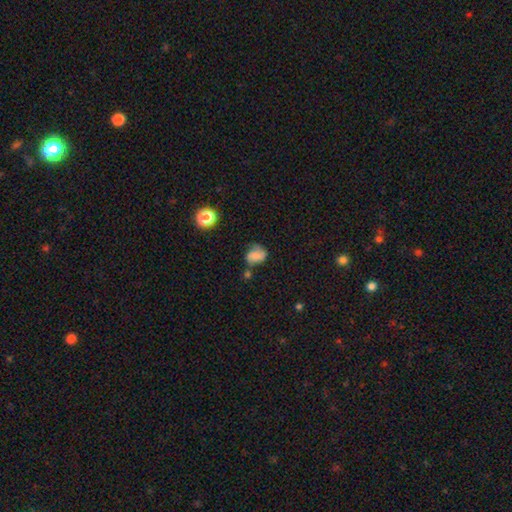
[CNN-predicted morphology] Smooth or featured? smooth (60%)
How rounded? in between (58%)
Merging? none (39%)